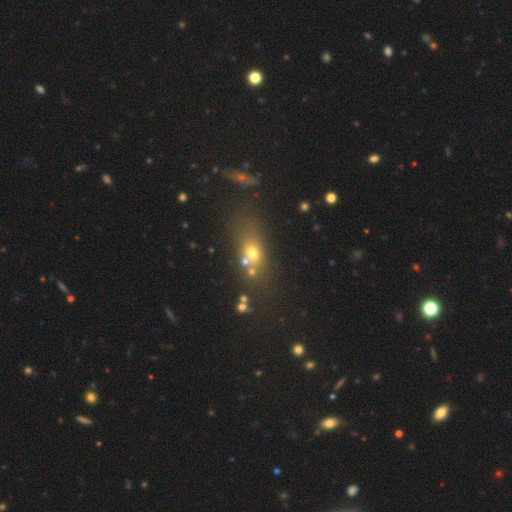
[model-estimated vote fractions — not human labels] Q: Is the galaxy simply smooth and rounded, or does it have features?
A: smooth — 50%.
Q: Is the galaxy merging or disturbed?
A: none — 64%.